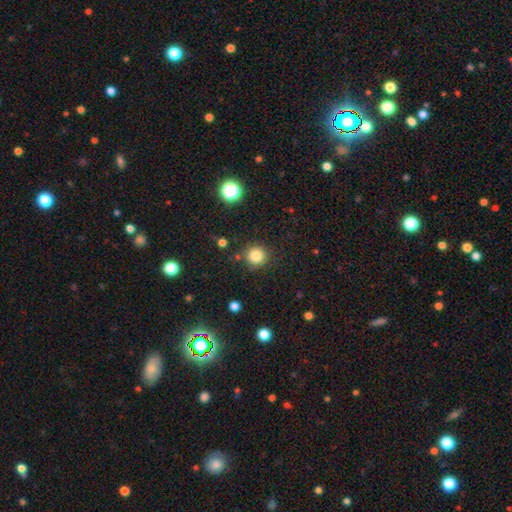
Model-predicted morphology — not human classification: smooth-or-featured: smooth: 82% | star or artifact: 13% | featured or disk: 5%
  how-rounded: round: 93% | in between: 6% | cigar-shaped: 1%
  merging: none: 86% | minor disturbance: 8% | merger: 3% | major disturbance: 3%